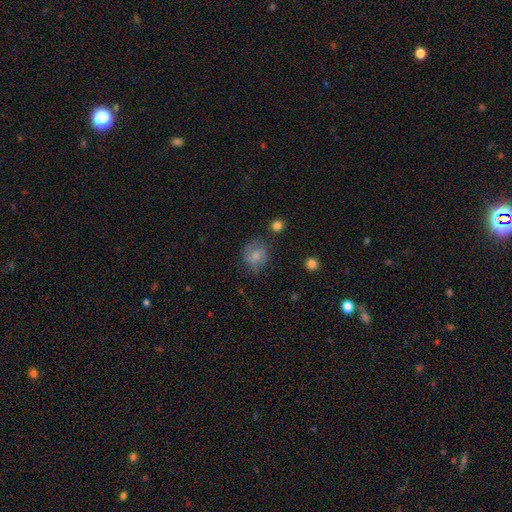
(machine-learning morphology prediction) Smooth or featured? Predicted: smooth (p=0.68). How rounded? Predicted: round (p=0.71). Merging? Predicted: none (p=0.61).